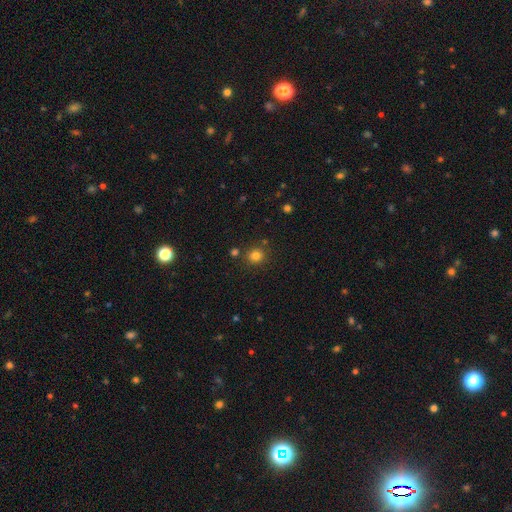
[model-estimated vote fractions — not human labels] smooth_or_featured: smooth (p=0.81) [alt: star or artifact p=0.14]
how_rounded: round (p=0.88) [alt: in between p=0.11]
merging: none (p=0.83) [alt: minor disturbance p=0.08]